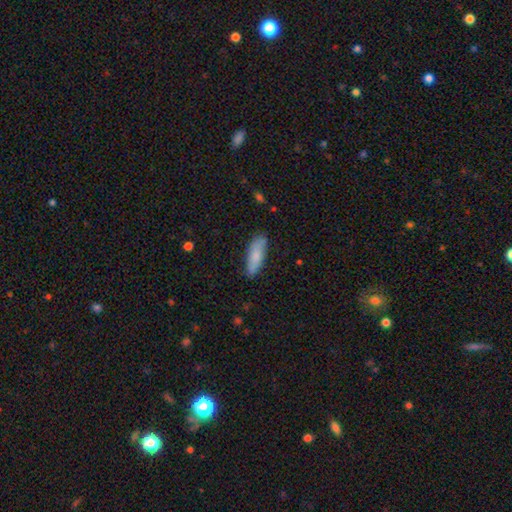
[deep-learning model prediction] Smooth or featured: smooth — 78% (featured or disk — 17%)
How rounded: cigar-shaped — 50% (in between — 48%)
Merging: none — 80% (minor disturbance — 16%)